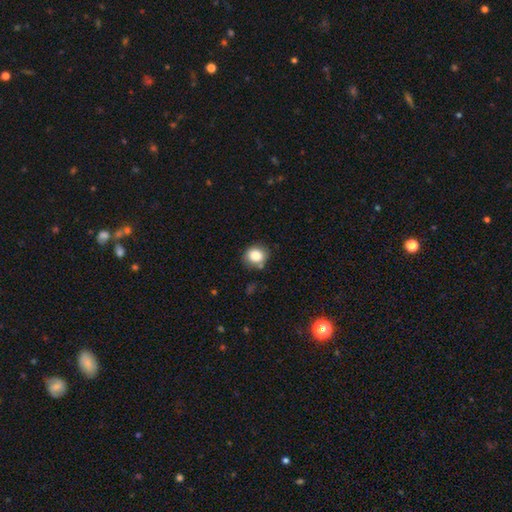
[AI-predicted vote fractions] A smooth galaxy with no disk features (84%) that is round (80%).

Vote fractions:
- Smooth or featured? smooth: 84% / star or artifact: 10% / featured or disk: 7%
- How rounded? round: 80% / in between: 19% / cigar-shaped: 1%
- Merging? none: 77% / minor disturbance: 14% / merger: 5% / major disturbance: 3%